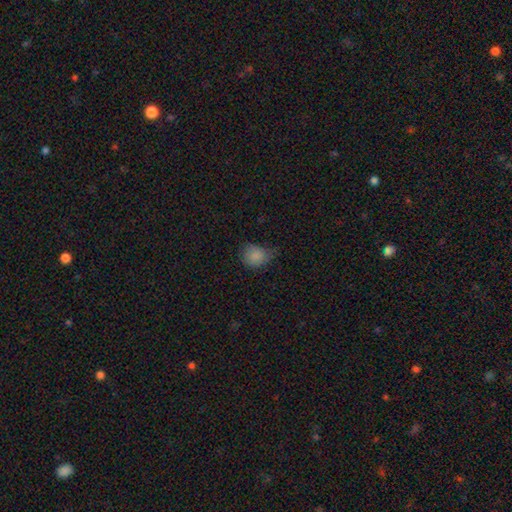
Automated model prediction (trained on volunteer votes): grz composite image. It shows a smooth galaxy with no disk features (83%) that is round (66%). Merging: none (47%).